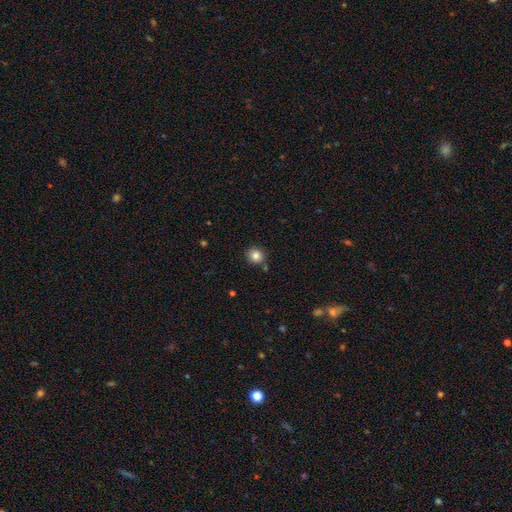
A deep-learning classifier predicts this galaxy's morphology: Smooth or featured?
  - smooth: 83% *
  - star or artifact: 11%
  - featured or disk: 6%
How rounded?
  - round: 87% *
  - in between: 13%
  - cigar-shaped: 1%
Merging?
  - none: 82% *
  - minor disturbance: 10%
  - merger: 6%
  - major disturbance: 2%